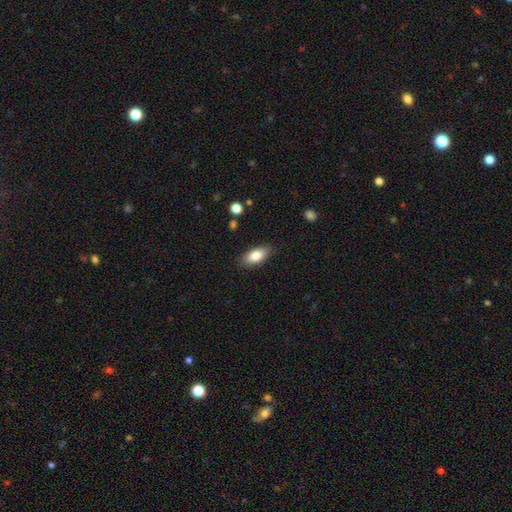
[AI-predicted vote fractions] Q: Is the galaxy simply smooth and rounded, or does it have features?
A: smooth — 81%.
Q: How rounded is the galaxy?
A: in between — 86%.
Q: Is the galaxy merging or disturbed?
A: none — 86%.